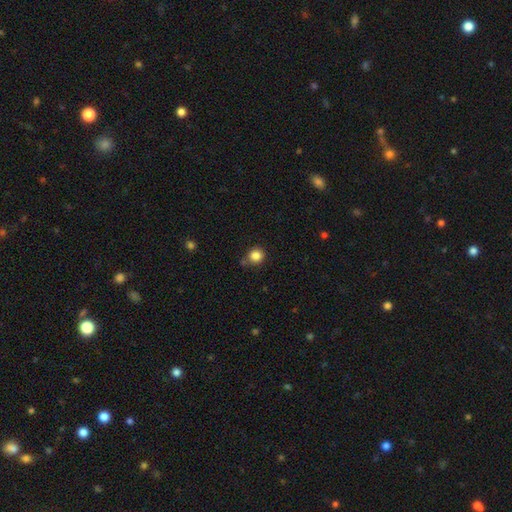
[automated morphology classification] Overall: smooth (85%). How rounded: round (87%). Merging: none (75%).